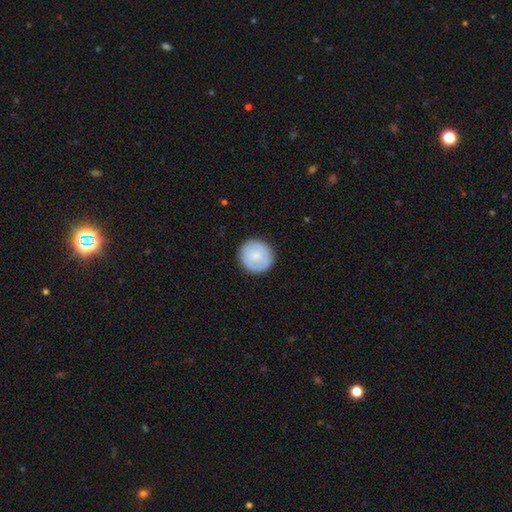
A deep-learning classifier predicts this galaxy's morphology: This is likely a smooth galaxy (73%). How rounded: clearly round (94%). Merging: clearly none (88%).